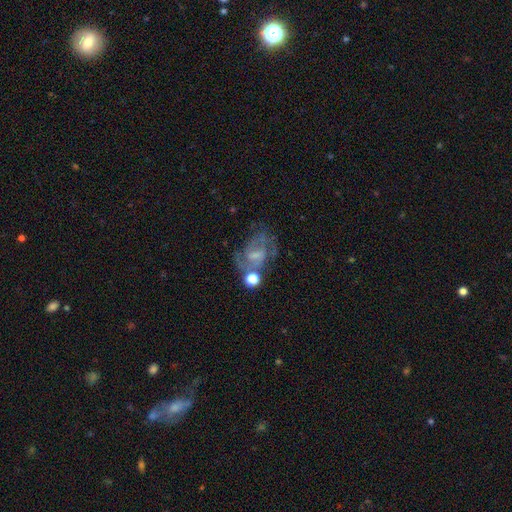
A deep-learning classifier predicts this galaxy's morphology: Smooth or featured? Predicted: featured or disk (p=0.71). Edge-on disk? Predicted: no (p=0.97). Bar? Predicted: weak (p=0.49). Spiral arms? Predicted: yes (p=0.83). Spiral winding? Predicted: medium (p=0.49). Spiral arm count? Predicted: 2 (p=0.55). Bulge size? Predicted: small (p=0.44). Merging? Predicted: none (p=0.46).